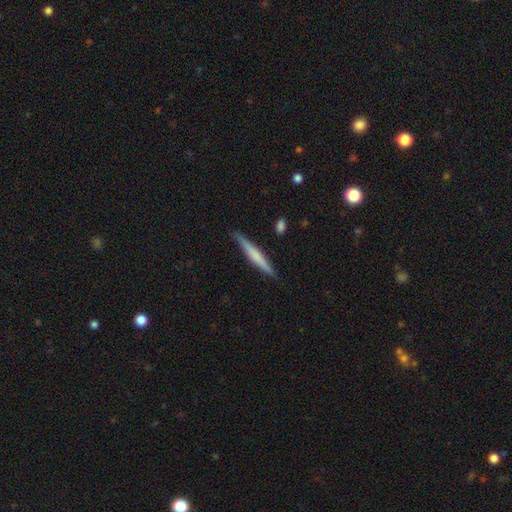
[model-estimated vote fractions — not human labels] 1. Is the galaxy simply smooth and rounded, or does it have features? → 51% smooth, 43% featured or disk, 6% star or artifact.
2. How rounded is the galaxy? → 95% cigar-shaped, 3% in between, 1% round.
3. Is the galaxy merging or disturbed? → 88% none, 9% minor disturbance, 2% major disturbance, 2% merger.